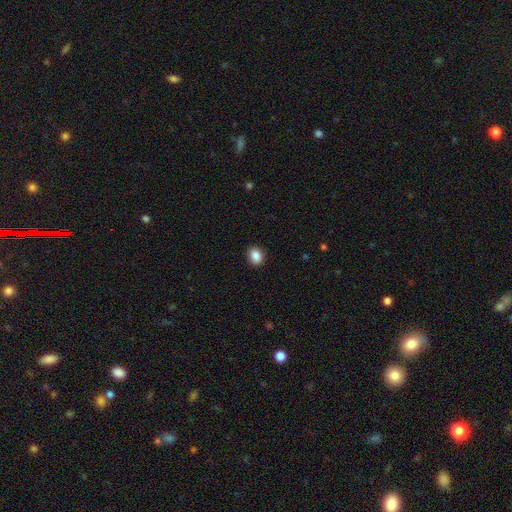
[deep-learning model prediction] Smooth or featured? smooth (88%)
How rounded? in between (52%)
Merging? none (90%)